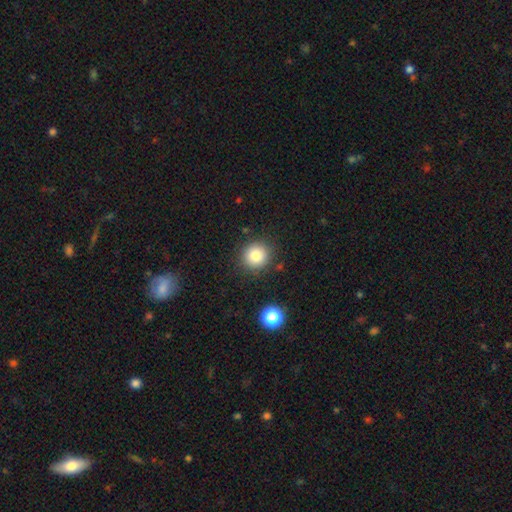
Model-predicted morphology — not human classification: Smooth or featured? smooth (82%)
How rounded? round (92%)
Merging? none (87%)